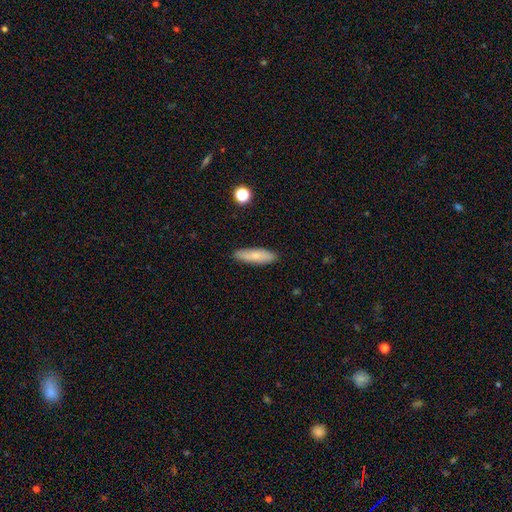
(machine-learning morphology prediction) A smooth galaxy with no disk features (72%) that is cigar-shaped (60%). Merging: none (88%).